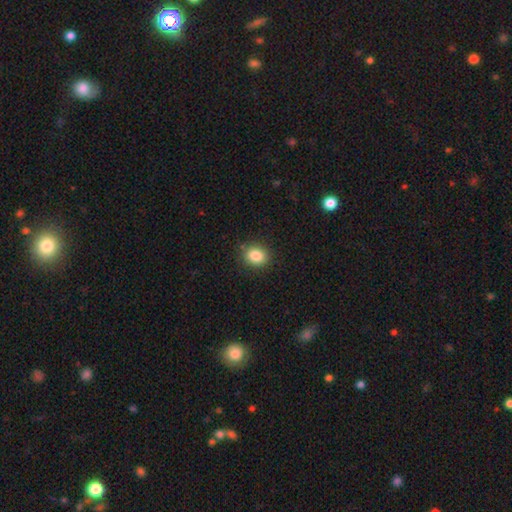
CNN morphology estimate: Smooth or featured? smooth (85%)
How rounded? round (53%)
Merging? none (87%)